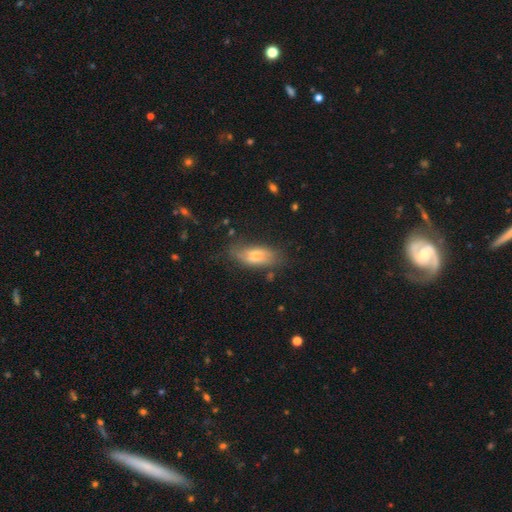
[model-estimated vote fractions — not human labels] Q: Smooth or featured?
A: smooth (64%); runner-up: featured or disk (27%)
Q: How rounded?
A: in between (72%); runner-up: cigar-shaped (25%)
Q: Merging?
A: none (55%); runner-up: minor disturbance (28%)